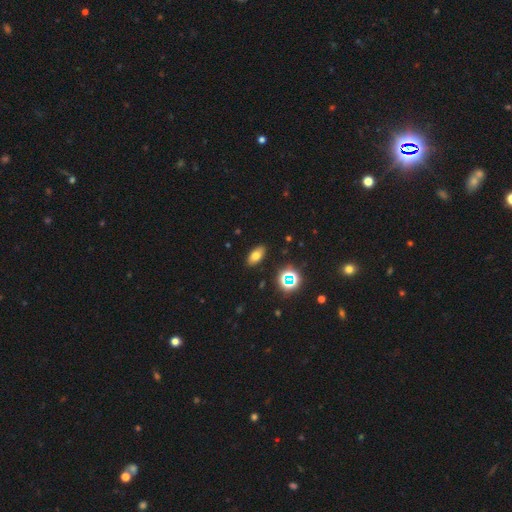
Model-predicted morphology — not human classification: Smooth or featured: smooth — 70% (star or artifact — 16%)
How rounded: in between — 86% (round — 8%)
Merging: none — 89% (minor disturbance — 8%)